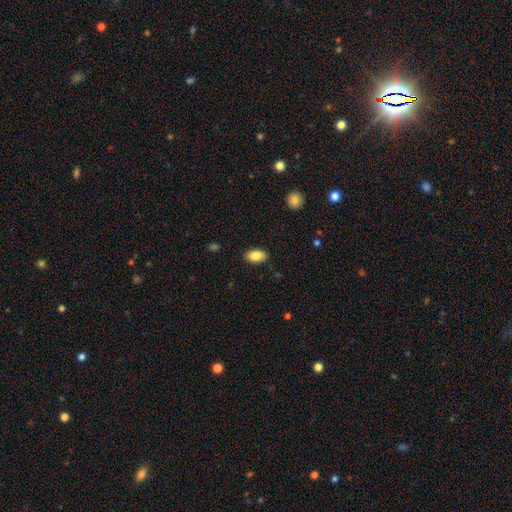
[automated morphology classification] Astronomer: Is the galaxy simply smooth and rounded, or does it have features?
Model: smooth — 86%.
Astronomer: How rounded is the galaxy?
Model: in between — 93%.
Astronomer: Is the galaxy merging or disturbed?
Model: none — 88%.